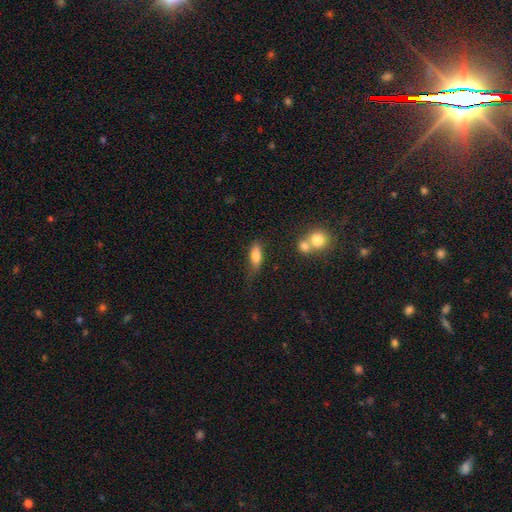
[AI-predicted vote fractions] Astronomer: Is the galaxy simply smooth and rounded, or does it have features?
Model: smooth — 78%.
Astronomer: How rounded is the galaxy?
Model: in between — 71%.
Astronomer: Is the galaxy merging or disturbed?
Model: none — 55%.